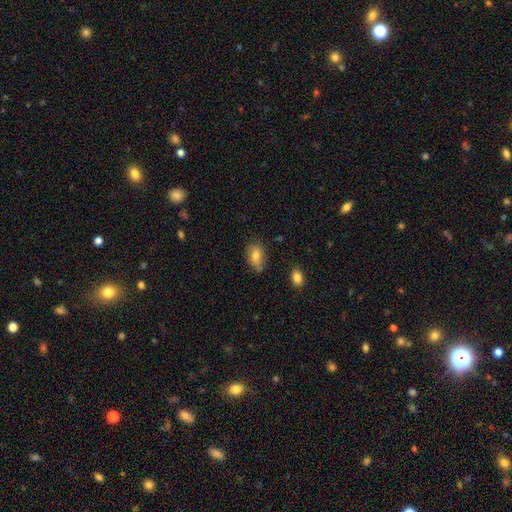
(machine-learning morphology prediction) Smooth or featured?
  - smooth: 76% *
  - featured or disk: 15%
  - star or artifact: 9%
How rounded?
  - in between: 82% *
  - round: 15%
  - cigar-shaped: 3%
Merging?
  - none: 63% *
  - minor disturbance: 26%
  - major disturbance: 6%
  - merger: 5%